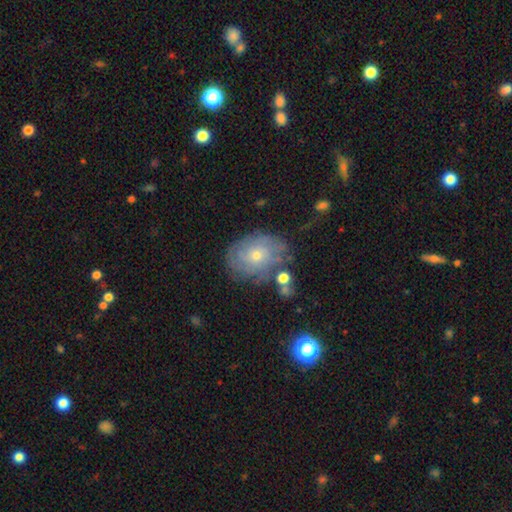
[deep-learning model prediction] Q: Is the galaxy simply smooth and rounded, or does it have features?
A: featured or disk — 61%.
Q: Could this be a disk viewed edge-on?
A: no — 96%.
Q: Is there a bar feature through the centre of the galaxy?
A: no — 85%.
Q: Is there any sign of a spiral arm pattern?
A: yes — 78%.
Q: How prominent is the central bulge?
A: small — 66%.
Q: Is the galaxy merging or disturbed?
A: none — 67%.